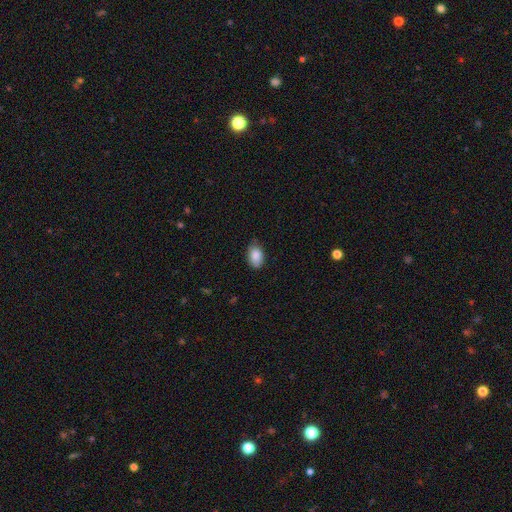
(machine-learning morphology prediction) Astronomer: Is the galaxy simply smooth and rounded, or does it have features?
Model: smooth — 87%.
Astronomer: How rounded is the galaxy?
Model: in between — 88%.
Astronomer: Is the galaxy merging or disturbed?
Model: none — 76%.